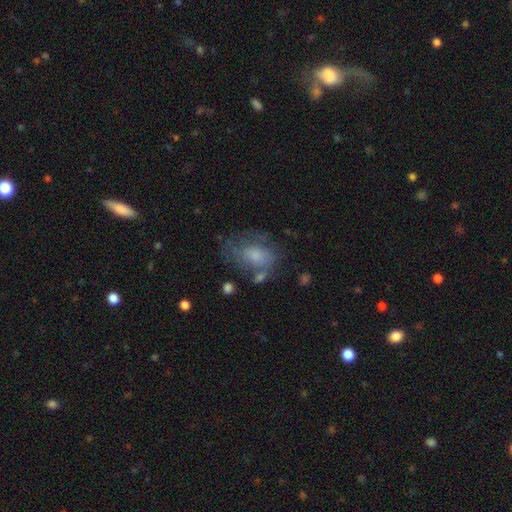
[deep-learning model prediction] Smooth or featured? smooth (58%)
How rounded? in between (78%)
Merging? none (47%)